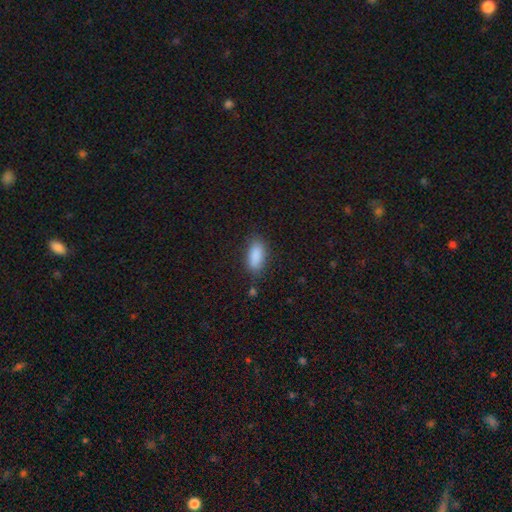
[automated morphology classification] Smooth or featured: smooth — 88% (star or artifact — 7%)
How rounded: in between — 83% (cigar-shaped — 14%)
Merging: none — 81% (minor disturbance — 14%)